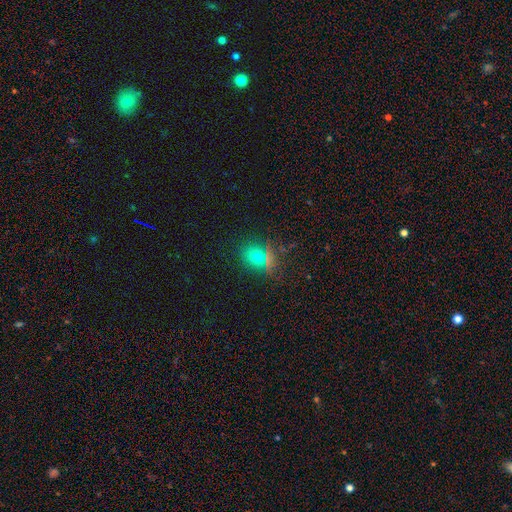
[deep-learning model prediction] Smooth or featured?
  - smooth: 64% *
  - star or artifact: 27%
  - featured or disk: 9%
How rounded?
  - round: 67% *
  - in between: 31%
  - cigar-shaped: 3%
Merging?
  - none: 78% *
  - minor disturbance: 11%
  - merger: 6%
  - major disturbance: 5%